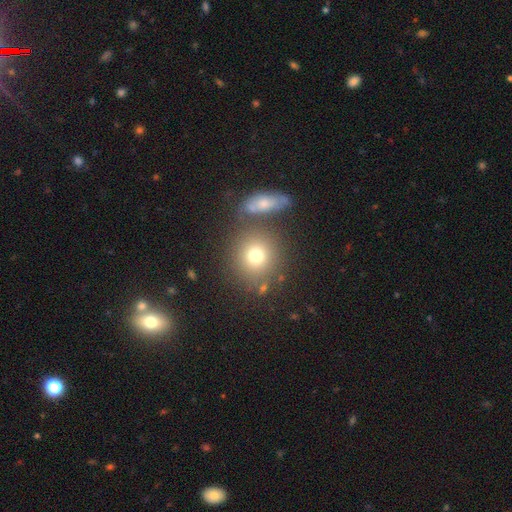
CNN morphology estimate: A smooth galaxy with no disk features (75%) that is round (87%). Merging: none (71%).